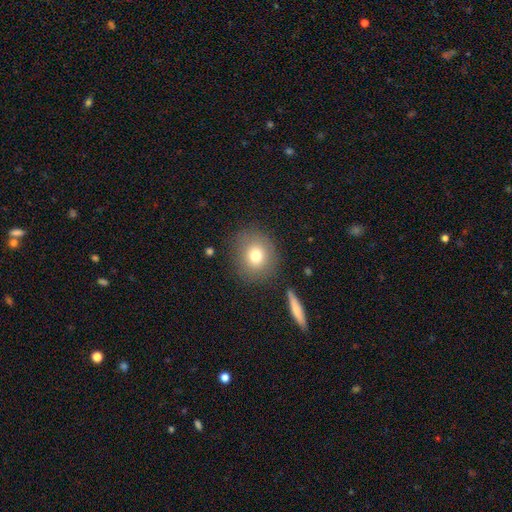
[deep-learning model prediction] Smooth or featured: smooth — 77% (featured or disk — 13%)
How rounded: round — 77% (in between — 22%)
Merging: none — 82% (minor disturbance — 11%)